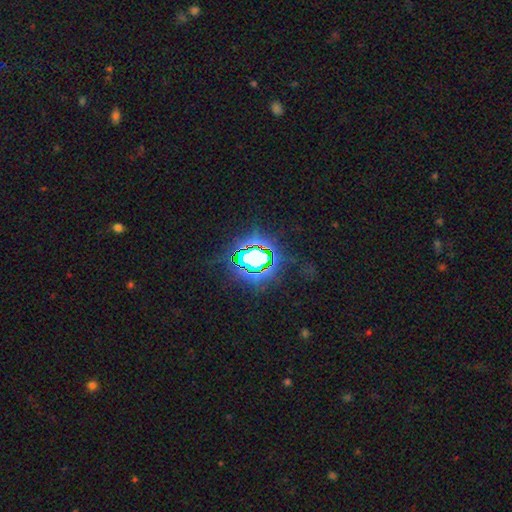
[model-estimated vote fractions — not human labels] A star or artifact, not a galaxy (74%).

Vote fractions:
- Smooth or featured? star or artifact: 74% / smooth: 15% / featured or disk: 12%